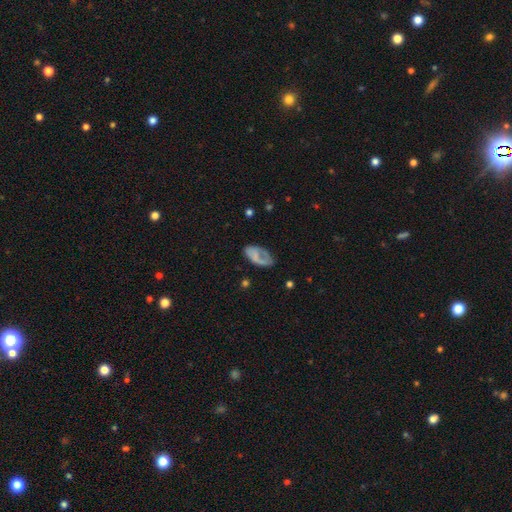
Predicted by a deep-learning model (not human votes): The model was most divided on "merging": none: 43%, minor disturbance: 28%, major disturbance: 26%, merger: 3%. More confident: how rounded — in between (92%); smooth or featured — smooth (55%).